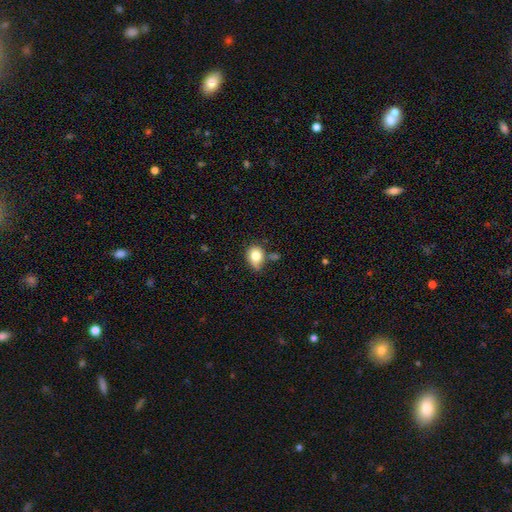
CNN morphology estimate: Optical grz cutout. It shows a smooth galaxy with no disk features (79%) that is round (58%). Merging: none (51%).